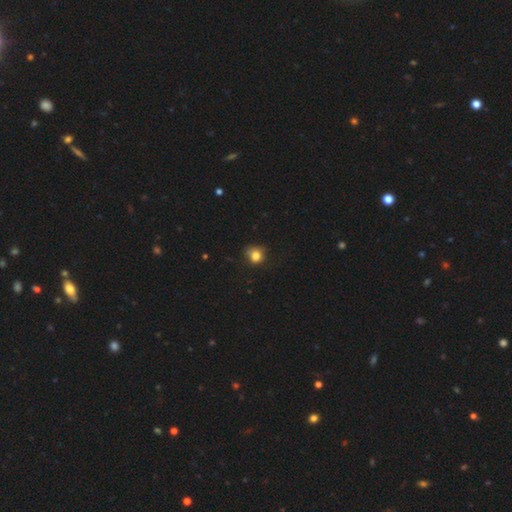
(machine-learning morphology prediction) This appears to be a smooth galaxy with no disk features (80%) that is round (80%). Merging: none (61%).